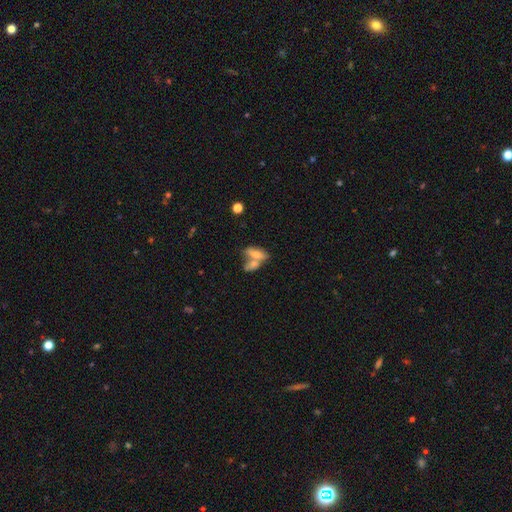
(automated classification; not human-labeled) smooth-or-featured: smooth: 65% | featured or disk: 26% | star or artifact: 9%
  how-rounded: in between: 76% | cigar-shaped: 18% | round: 6%
  merging: merger: 58% | none: 28% | minor disturbance: 9% | major disturbance: 5%